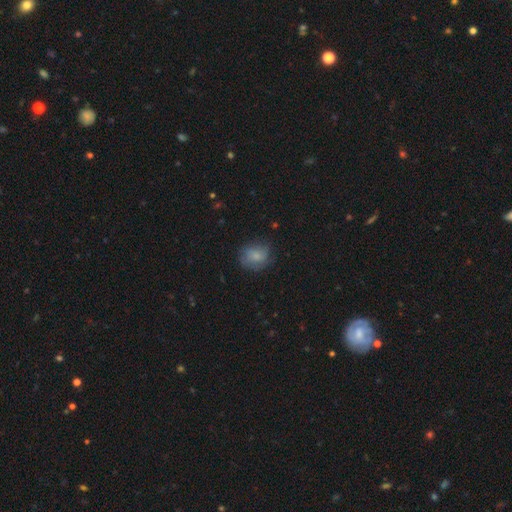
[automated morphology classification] type=smooth (72%); roundness=round (63%); merging=none (68%).